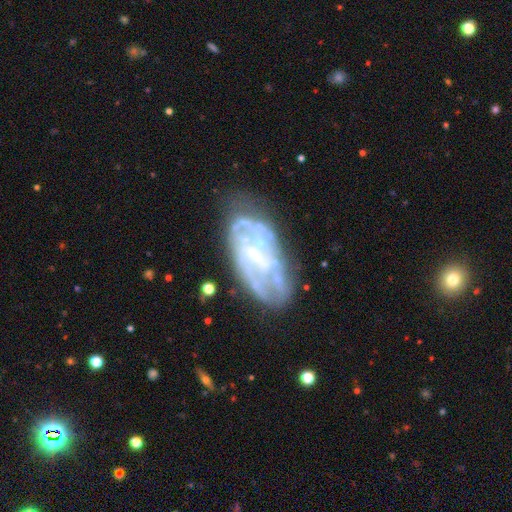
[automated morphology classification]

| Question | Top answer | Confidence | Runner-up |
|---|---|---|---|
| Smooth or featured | featured or disk | 81% | smooth (12%) |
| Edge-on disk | no | 95% | yes (5%) |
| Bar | weak | 44% | no (35%) |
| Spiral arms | yes | 67% | no (33%) |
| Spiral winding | tight | 47% | medium (37%) |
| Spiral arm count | can't tell | 52% | 2 (22%) |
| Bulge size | small | 57% | moderate (23%) |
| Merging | none | 59% | minor disturbance (22%) |